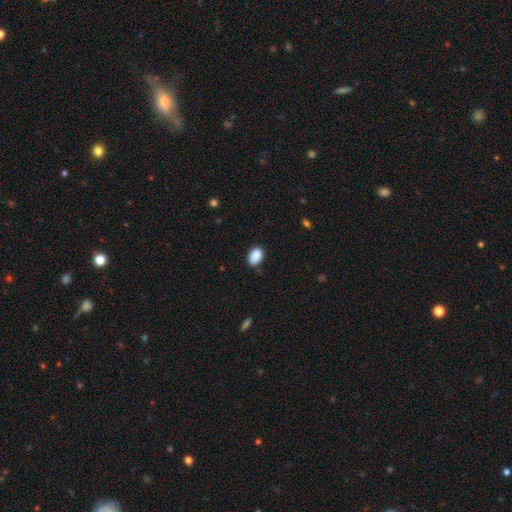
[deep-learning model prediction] The model was most divided on "merging": none: 79%, minor disturbance: 16%, major disturbance: 3%, merger: 2%. More confident: smooth or featured — smooth (89%); how rounded — in between (87%).